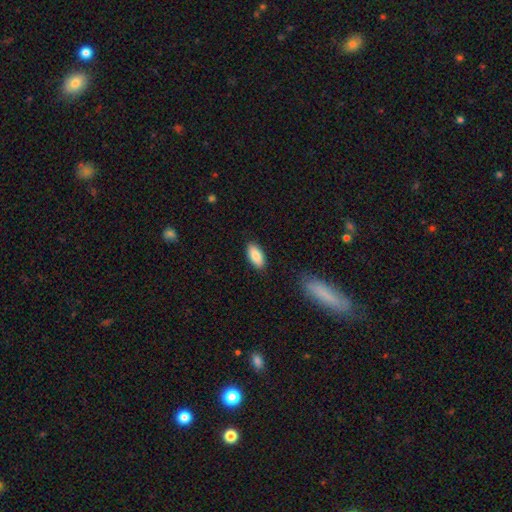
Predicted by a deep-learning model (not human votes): Smooth or featured?
  - smooth: 86% *
  - featured or disk: 8%
  - star or artifact: 6%
How rounded?
  - in between: 92% *
  - cigar-shaped: 6%
  - round: 2%
Merging?
  - none: 87% *
  - minor disturbance: 9%
  - major disturbance: 2%
  - merger: 1%